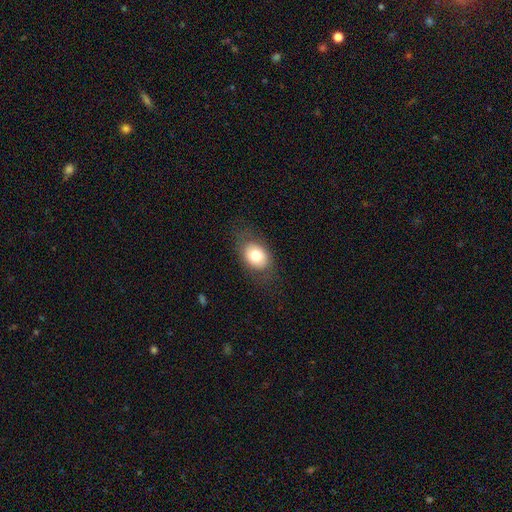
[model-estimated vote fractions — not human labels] Smooth or featured? Predicted: smooth (p=0.74). How rounded? Predicted: in between (p=0.73). Merging? Predicted: none (p=0.77).